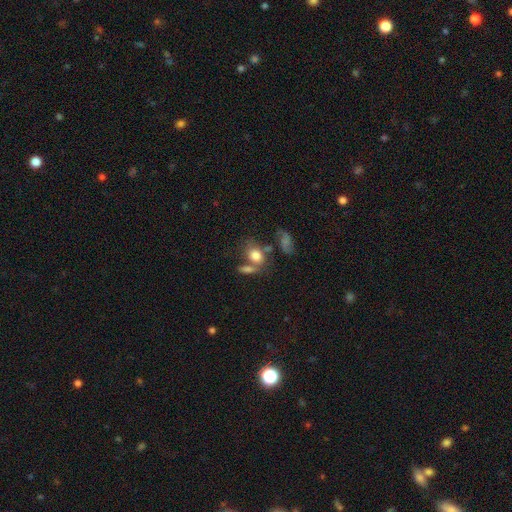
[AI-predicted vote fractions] A smooth galaxy with no disk features (75%) that is in between round and cigar-shaped (68%). Merging: none (43%).